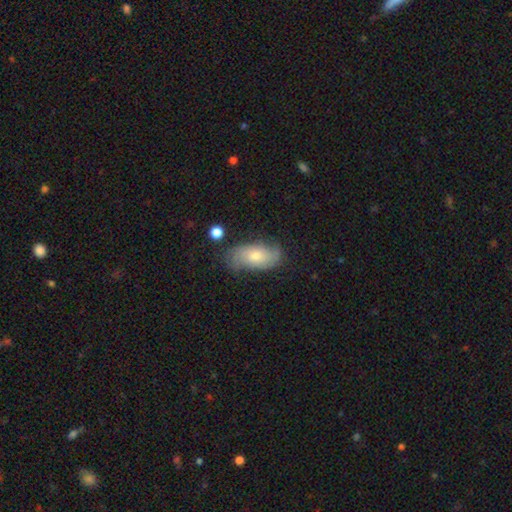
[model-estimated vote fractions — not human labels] Smooth or featured: smooth — 49% (featured or disk — 43%)
Merging: none — 67% (minor disturbance — 24%)